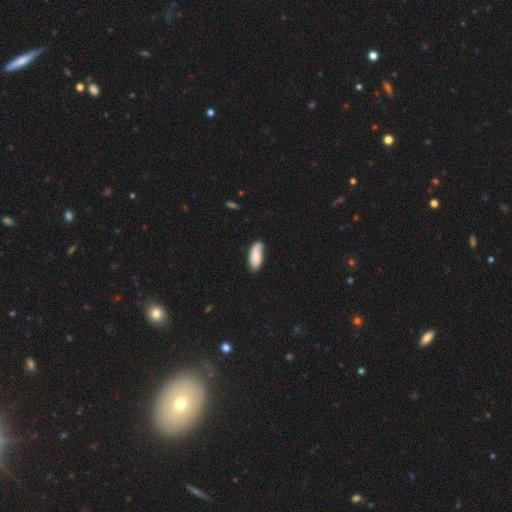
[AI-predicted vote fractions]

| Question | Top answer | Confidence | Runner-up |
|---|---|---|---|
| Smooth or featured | smooth | 63% | featured or disk (31%) |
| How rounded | in between | 85% | cigar-shaped (13%) |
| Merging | none | 72% | minor disturbance (22%) |